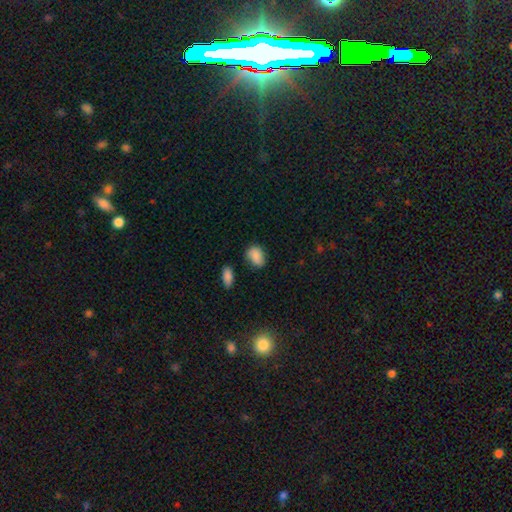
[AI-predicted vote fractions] The model was most divided on "merging": none: 71%, minor disturbance: 20%, merger: 5%, major disturbance: 4%. More confident: smooth or featured — smooth (86%); how rounded — in between (82%).